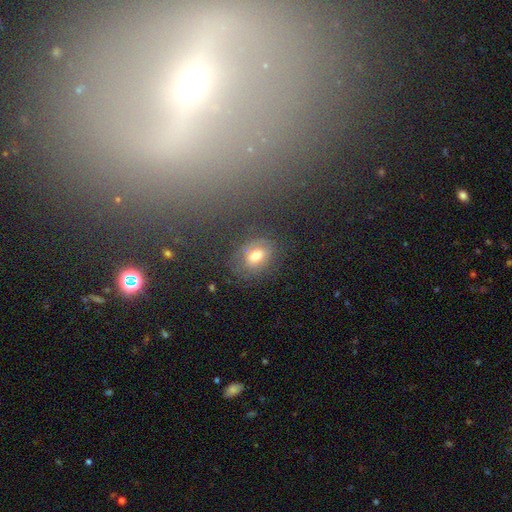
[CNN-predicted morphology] This appears to be a smooth galaxy with no disk features (62%) that is in between round and cigar-shaped (65%). Merging: none (74%).